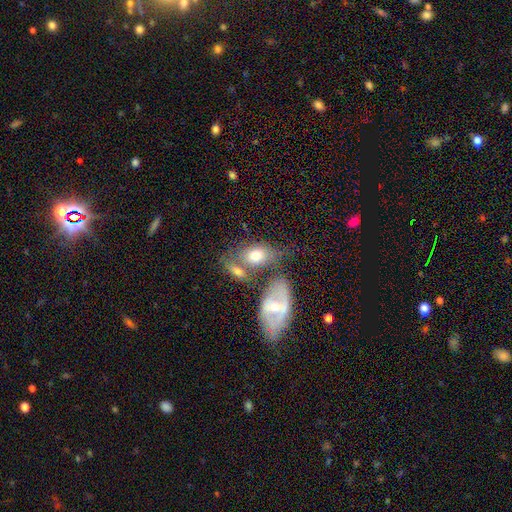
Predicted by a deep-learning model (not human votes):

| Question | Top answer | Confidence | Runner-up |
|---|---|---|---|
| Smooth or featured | smooth | 63% | featured or disk (29%) |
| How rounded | in between | 82% | round (15%) |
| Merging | merger | 38% | none (36%) |